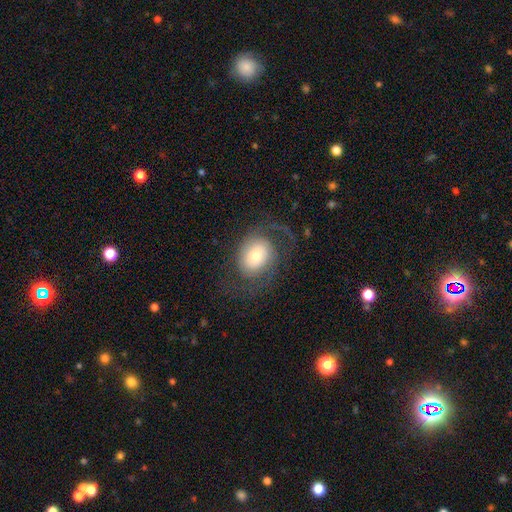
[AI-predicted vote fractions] Smooth or featured? Predicted: featured or disk (p=0.57). Edge-on disk? Predicted: no (p=0.96). Bar? Predicted: no (p=0.74). Spiral arms? Predicted: yes (p=0.81). Bulge size? Predicted: moderate (p=0.54). Merging? Predicted: none (p=0.62).